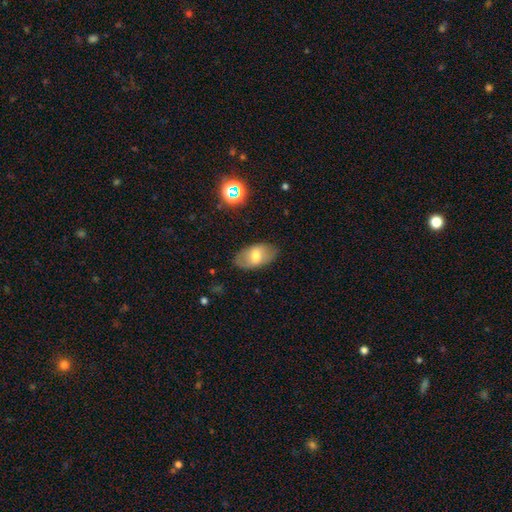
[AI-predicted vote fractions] smooth 61%, featured or disk 31%, star or artifact 8%. Down the decision tree: how rounded — in between (93%); merging — none (82%).